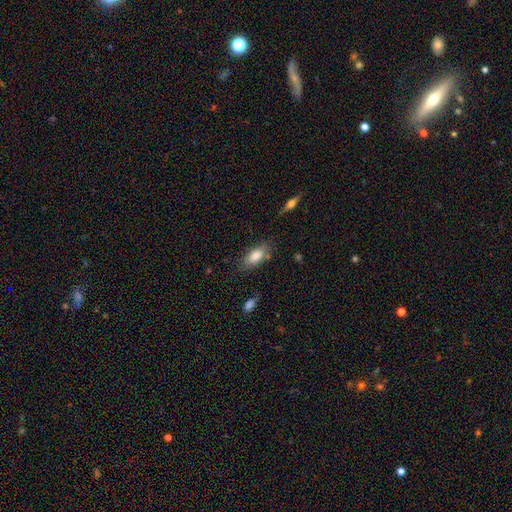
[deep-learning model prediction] Morphology: type=smooth (82%); roundness=in between (84%); merging=none (75%).